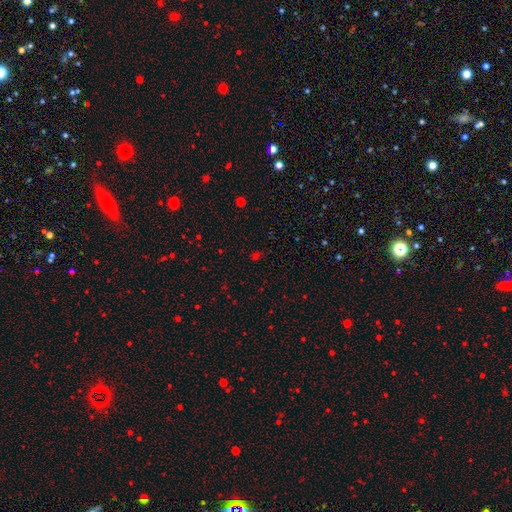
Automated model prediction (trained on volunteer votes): A star or artifact, not a galaxy (48%).